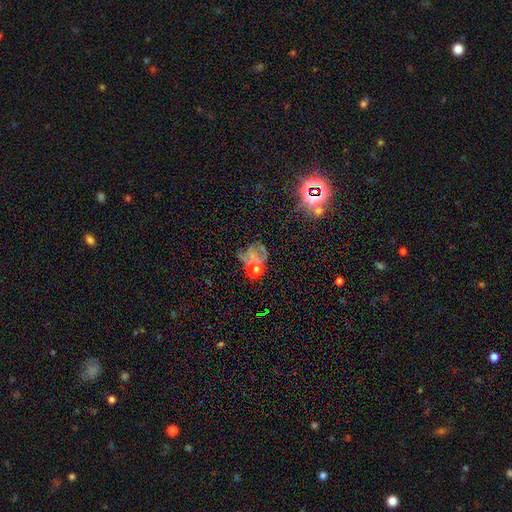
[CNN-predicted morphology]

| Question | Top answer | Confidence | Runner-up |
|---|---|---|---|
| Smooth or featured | star or artifact | 39% | featured or disk (31%) |